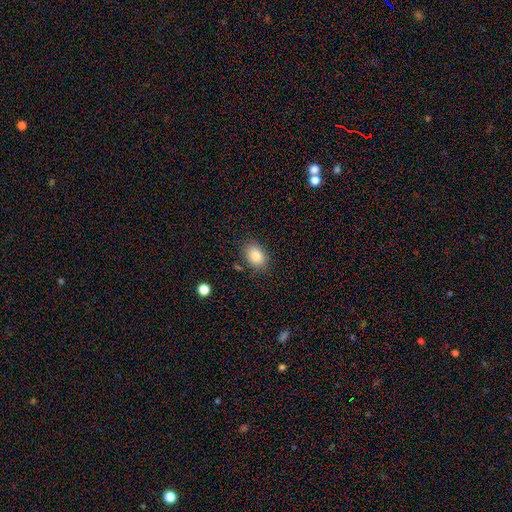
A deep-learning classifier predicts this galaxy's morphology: This appears to be a smooth galaxy with no disk features (84%) that is in between round and cigar-shaped (80%). Merging: none (80%).